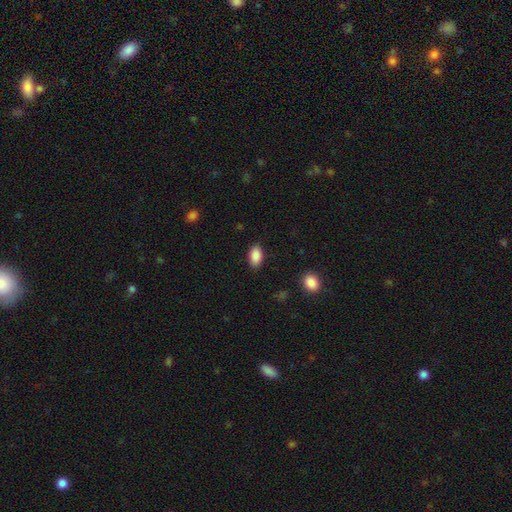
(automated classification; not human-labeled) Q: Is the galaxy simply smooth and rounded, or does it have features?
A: smooth — 89%.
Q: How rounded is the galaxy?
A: in between — 92%.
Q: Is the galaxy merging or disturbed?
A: none — 86%.